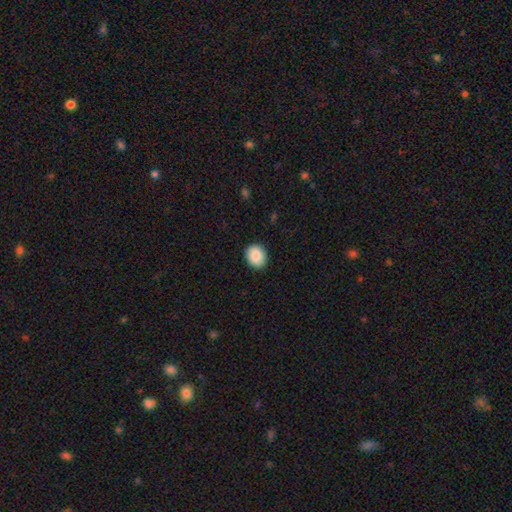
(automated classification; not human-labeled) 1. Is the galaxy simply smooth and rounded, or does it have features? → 89% smooth, 7% star or artifact, 4% featured or disk.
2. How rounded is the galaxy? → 56% round, 43% in between, 1% cigar-shaped.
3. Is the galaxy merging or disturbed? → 89% none, 8% minor disturbance, 2% major disturbance, 1% merger.